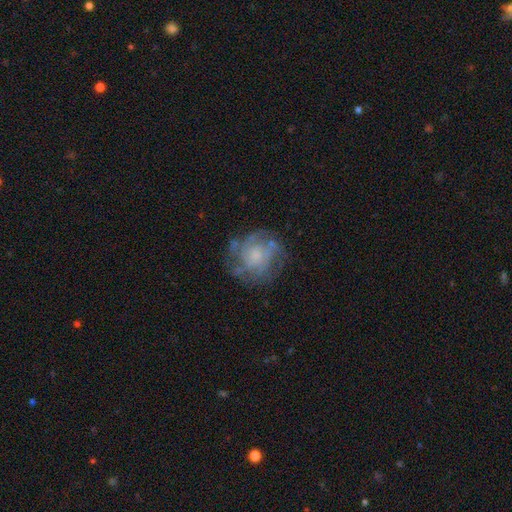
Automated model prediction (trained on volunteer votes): A featured or disk galaxy (68%) with no bar (80%), tight (52%) spiral arms (77%) and a small central bulge (36%).

Vote fractions:
- Smooth or featured? featured or disk: 68% / smooth: 23% / star or artifact: 9%
- Edge-on disk? no: 98% / yes: 2%
- Bar? no: 80% / weak: 18% / strong: 3%
- Spiral arms? yes: 77% / no: 23%
- Spiral winding? tight: 52% / medium: 34% / loose: 13%
- Spiral arm count? can't tell: 47% / 4: 15% / 3: 15% / 2: 10% / more than 4: 6% / 1: 5%
- Bulge size? small: 36% / moderate: 34% / none: 21% / large: 8% / dominant: 2%
- Merging? none: 69% / minor disturbance: 18% / major disturbance: 12% / merger: 2%